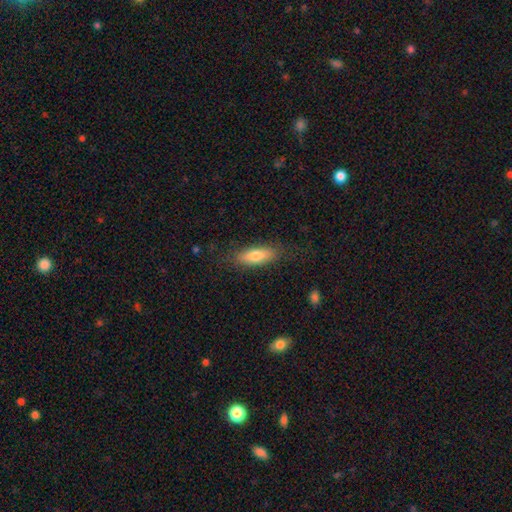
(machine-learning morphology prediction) smooth 74%, featured or disk 19%, star or artifact 6%. Down the decision tree: how rounded — in between (57%); merging — none (82%).